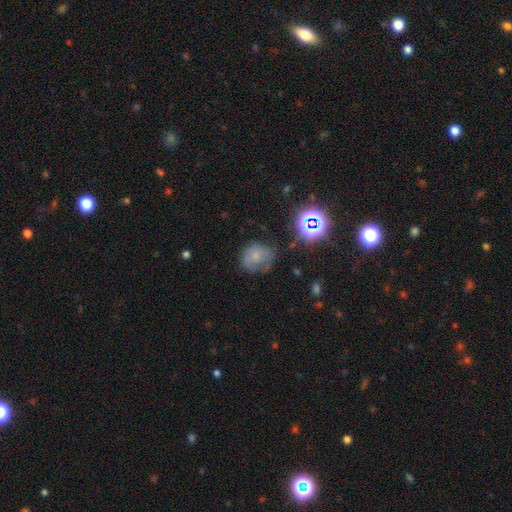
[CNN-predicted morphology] Smooth or featured?
  - smooth: 56% *
  - featured or disk: 25%
  - star or artifact: 18%
How rounded?
  - round: 73% *
  - in between: 26%
  - cigar-shaped: 1%
Merging?
  - none: 53% *
  - minor disturbance: 28%
  - major disturbance: 16%
  - merger: 3%